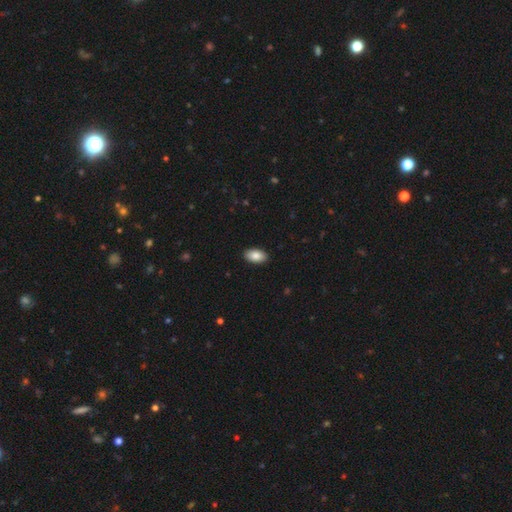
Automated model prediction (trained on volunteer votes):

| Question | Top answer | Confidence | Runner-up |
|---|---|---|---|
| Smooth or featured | smooth | 87% | star or artifact (7%) |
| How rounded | in between | 94% | round (4%) |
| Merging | none | 90% | minor disturbance (7%) |